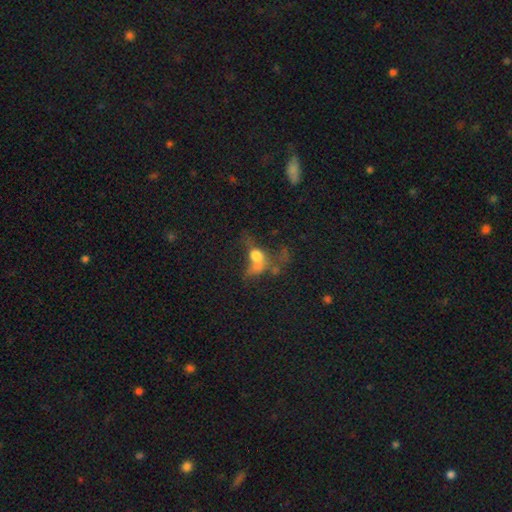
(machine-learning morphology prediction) type=smooth (50%); merging=major disturbance (36%).